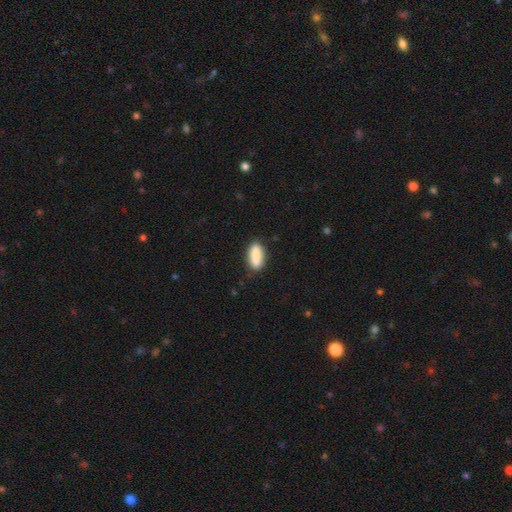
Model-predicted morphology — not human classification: Overall: smooth (86%). How rounded: in between (63%; cigar-shaped 35%). Merging: none (86%).